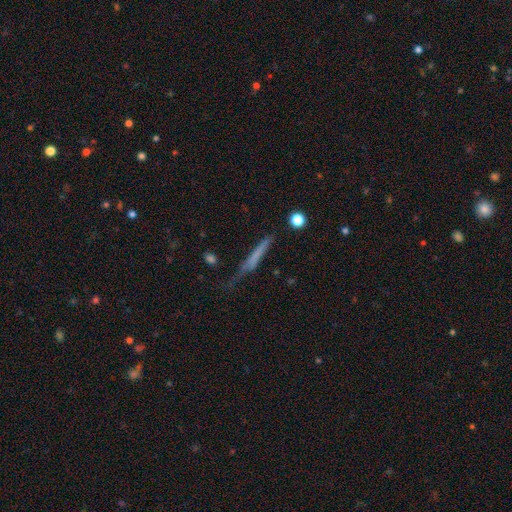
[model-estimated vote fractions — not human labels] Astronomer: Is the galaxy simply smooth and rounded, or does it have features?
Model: smooth — 55% (runner-up: featured or disk, 36%).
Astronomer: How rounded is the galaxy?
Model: cigar-shaped — 92%.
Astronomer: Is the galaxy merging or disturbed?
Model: none — 56%.